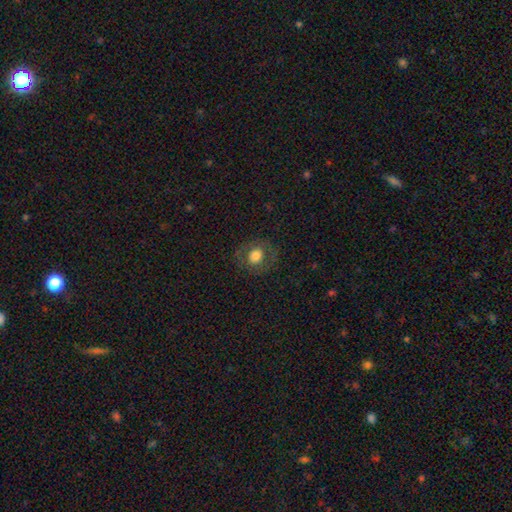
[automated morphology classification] This is likely a smooth galaxy (67%). How rounded: likely round (73%). Merging: likely none (80%).